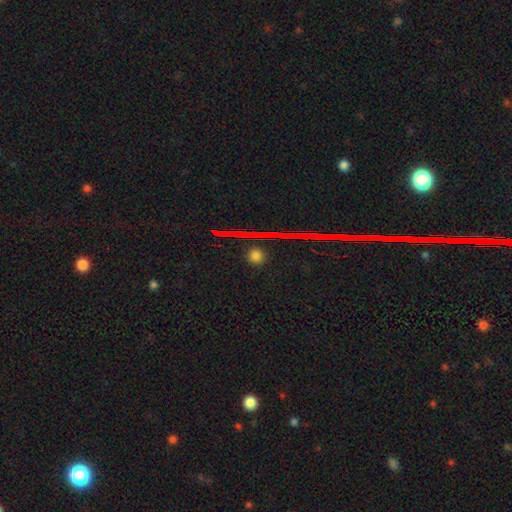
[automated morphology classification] smooth-or-featured: smooth: 56% | star or artifact: 37% | featured or disk: 7%
  how-rounded: round: 92% | in between: 6% | cigar-shaped: 2%
  merging: none: 90% | minor disturbance: 6% | major disturbance: 2% | merger: 2%